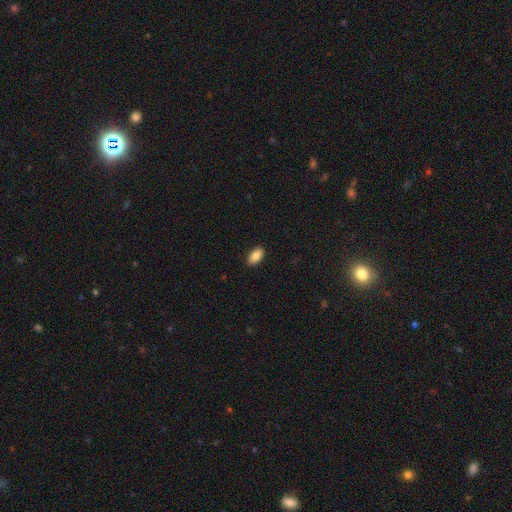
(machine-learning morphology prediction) This appears to be a smooth galaxy with no disk features (85%) that is in between round and cigar-shaped (93%). Merging: none (89%).